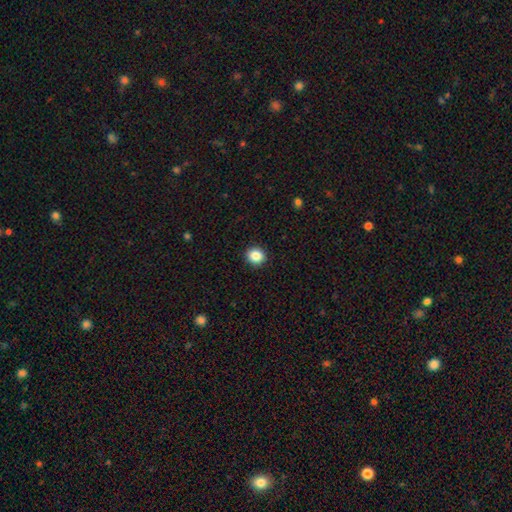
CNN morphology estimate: smooth 86%, star or artifact 10%, featured or disk 4%. Down the decision tree: how rounded — round (86%); merging — none (92%).